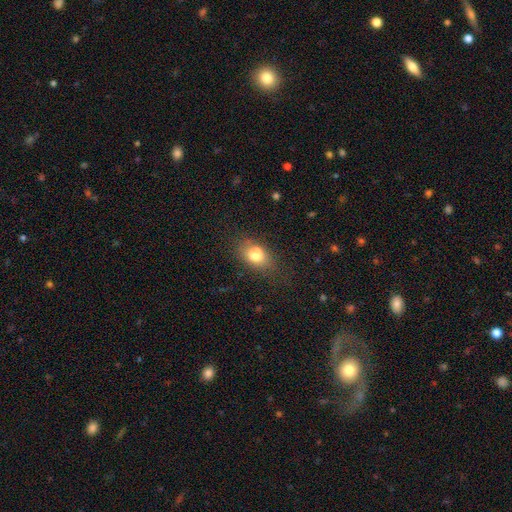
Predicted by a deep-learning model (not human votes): This is likely a smooth galaxy (70%). How rounded: likely in between (73%). Merging: possibly none (55%).